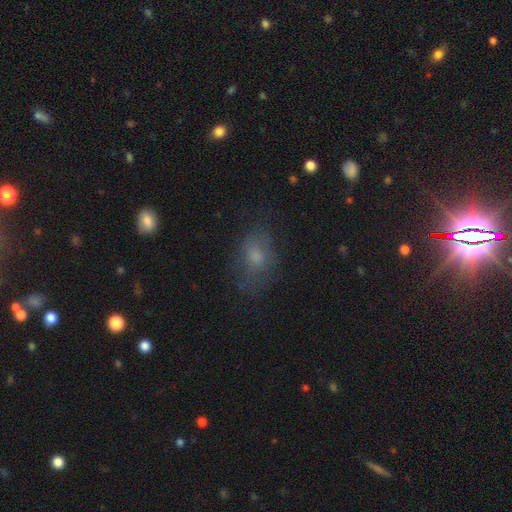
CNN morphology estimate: A smooth galaxy with no disk features (59%) that is in between round and cigar-shaped (74%). Merging: none (67%).